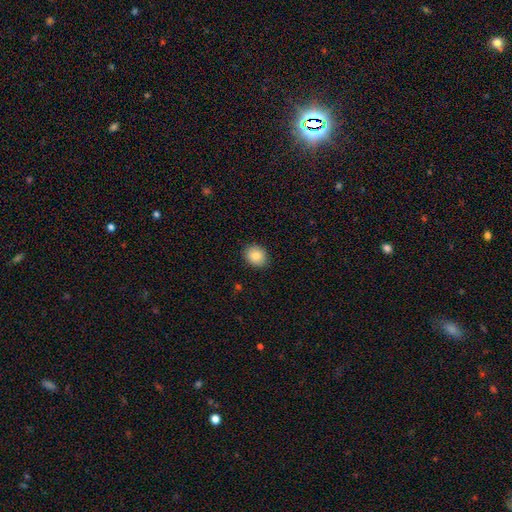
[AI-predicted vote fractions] Q: Smooth or featured?
A: smooth (85%); runner-up: star or artifact (9%)
Q: How rounded?
A: round (56%); runner-up: in between (43%)
Q: Merging?
A: none (89%); runner-up: minor disturbance (8%)